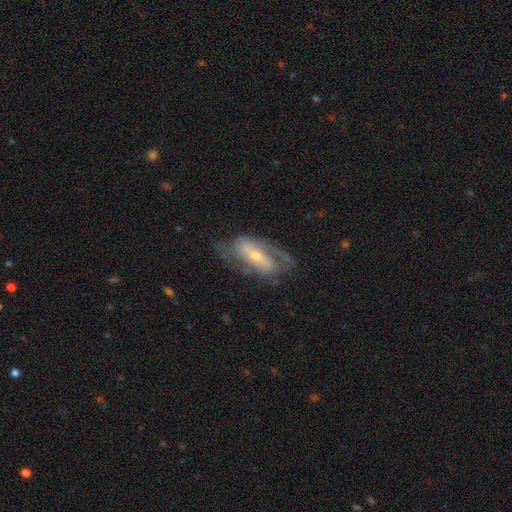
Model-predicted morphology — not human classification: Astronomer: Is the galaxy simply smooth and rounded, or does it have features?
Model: featured or disk — 81%.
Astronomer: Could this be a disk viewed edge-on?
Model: no — 93%.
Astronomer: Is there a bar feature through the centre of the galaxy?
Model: strong — 43% (runner-up: weak, 31%).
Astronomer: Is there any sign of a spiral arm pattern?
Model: yes — 89%.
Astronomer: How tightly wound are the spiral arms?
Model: medium — 48% (runner-up: tight, 30%).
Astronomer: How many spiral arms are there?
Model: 2 — 80%.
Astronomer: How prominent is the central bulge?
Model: small — 54% (runner-up: moderate, 41%).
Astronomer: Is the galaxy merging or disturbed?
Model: none — 67%.